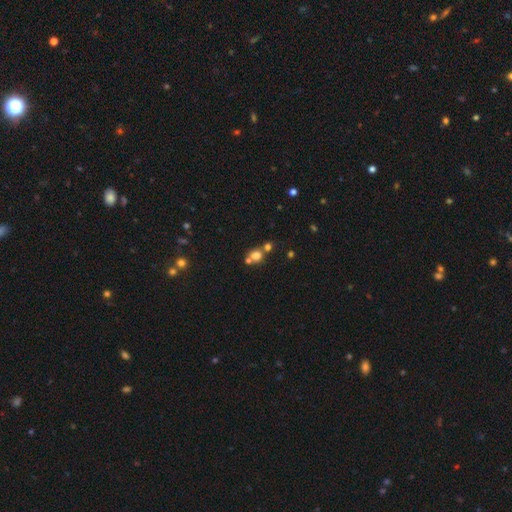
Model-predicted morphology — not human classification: This is likely a smooth galaxy (71%). How rounded: likely round (79%). Merging: possibly none (49%).